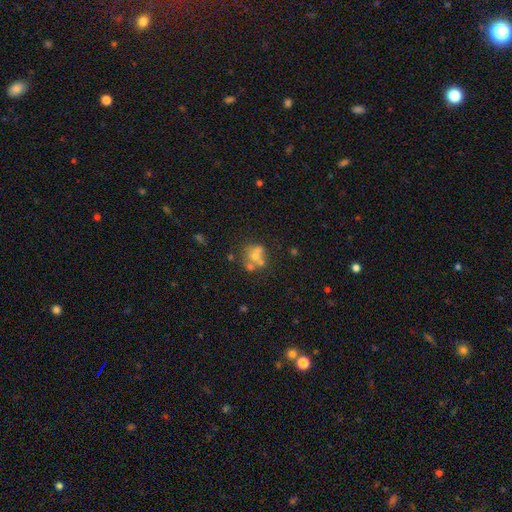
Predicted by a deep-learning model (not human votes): Overall: smooth (46%; featured or disk 37%). Merging: none (42%; merger 39%).